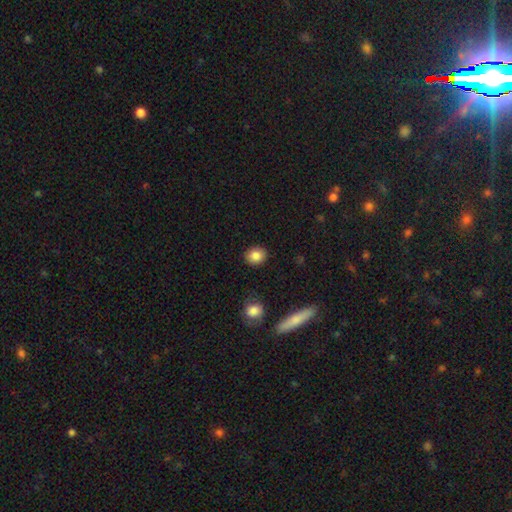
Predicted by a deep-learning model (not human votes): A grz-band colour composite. It shows a smooth galaxy with no disk features (85%) that is round (67%). Merging: none (89%).